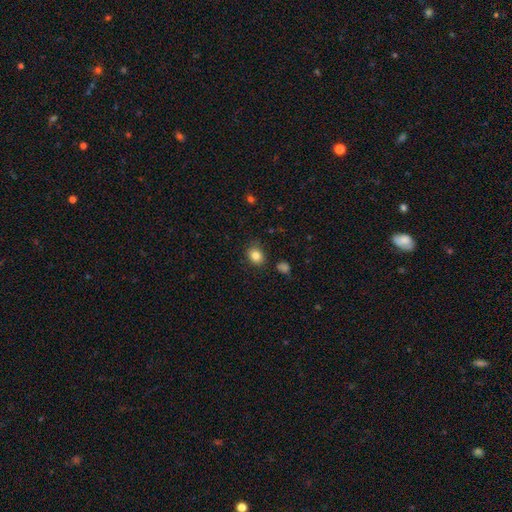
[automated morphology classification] smooth 83%, star or artifact 10%, featured or disk 6%. Down the decision tree: how rounded — round (50%); merging — none (83%).